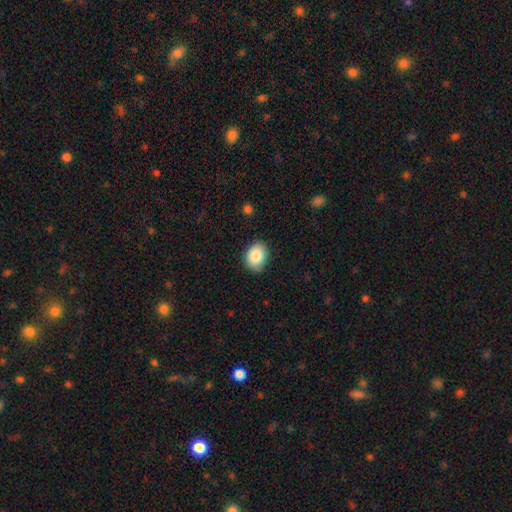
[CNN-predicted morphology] smooth_or_featured: smooth (p=0.85) [alt: featured or disk p=0.08]
how_rounded: in between (p=0.64) [alt: round p=0.35]
merging: none (p=0.83) [alt: minor disturbance p=0.14]